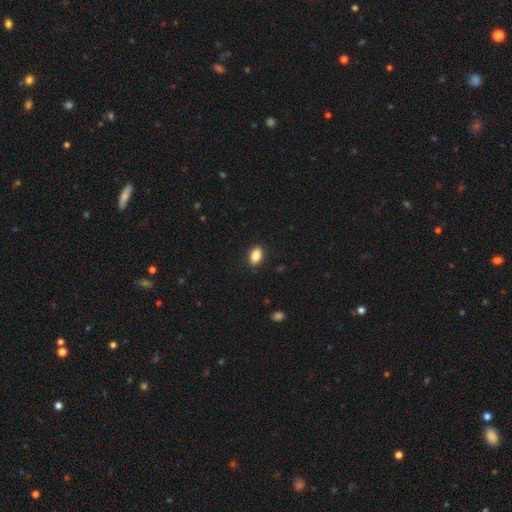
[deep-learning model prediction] The model was most divided on "how rounded": in between: 88%, round: 10%, cigar-shaped: 2%. More confident: merging — none (88%); smooth or featured — smooth (87%).